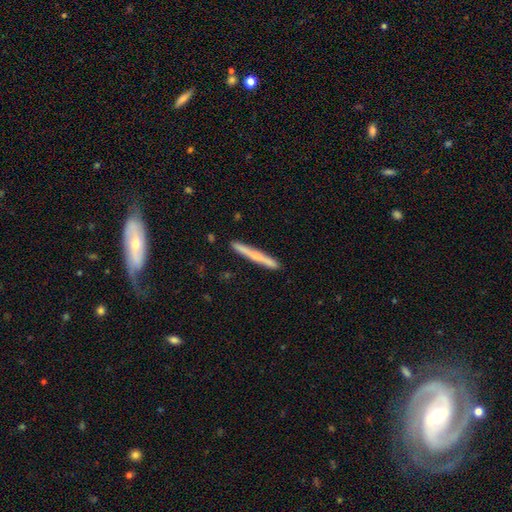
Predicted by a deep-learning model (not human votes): Smooth or featured?
  - smooth: 58% *
  - featured or disk: 36%
  - star or artifact: 6%
How rounded?
  - cigar-shaped: 97% *
  - in between: 2%
  - round: 1%
Merging?
  - none: 89% *
  - minor disturbance: 8%
  - merger: 1%
  - major disturbance: 1%